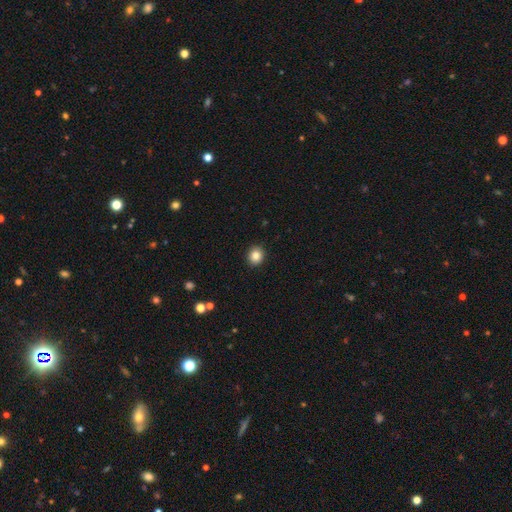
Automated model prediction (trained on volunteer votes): Smooth or featured? Predicted: smooth (p=0.85). How rounded? Predicted: round (p=0.80). Merging? Predicted: none (p=0.91).